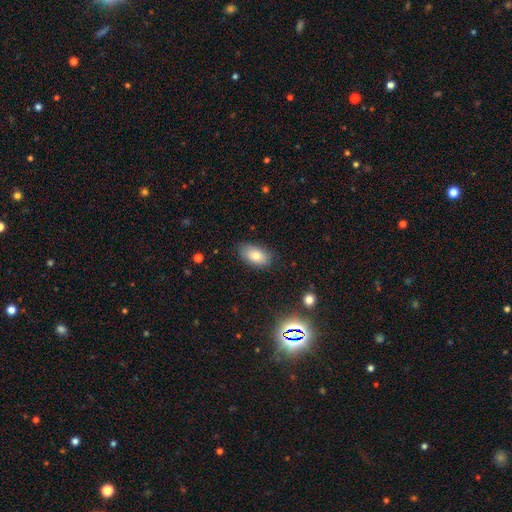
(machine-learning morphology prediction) type=smooth (81%); roundness=in between (92%); merging=none (84%).